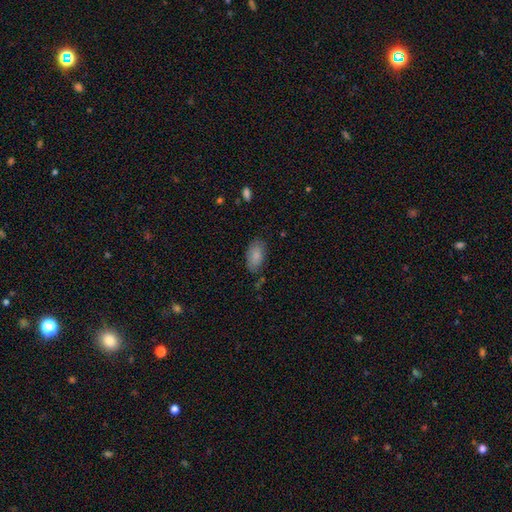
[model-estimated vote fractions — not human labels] Smooth or featured: smooth — 83% (featured or disk — 11%)
How rounded: in between — 94% (round — 4%)
Merging: none — 74% (minor disturbance — 19%)